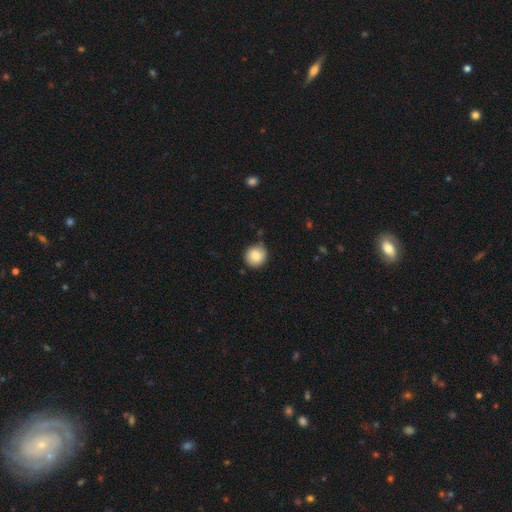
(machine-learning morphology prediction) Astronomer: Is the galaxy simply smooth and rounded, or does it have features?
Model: smooth — 84%.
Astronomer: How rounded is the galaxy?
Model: round — 91%.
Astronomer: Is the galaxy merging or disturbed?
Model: none — 79%.